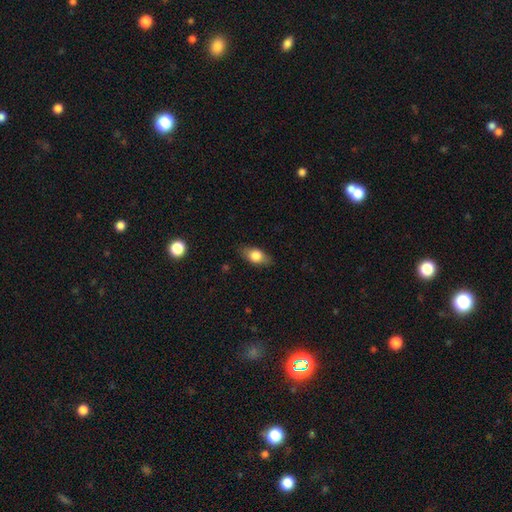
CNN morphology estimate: Smooth or featured?
  - smooth: 73% *
  - featured or disk: 20%
  - star or artifact: 7%
How rounded?
  - in between: 83% *
  - round: 9%
  - cigar-shaped: 8%
Merging?
  - none: 82% *
  - minor disturbance: 13%
  - major disturbance: 3%
  - merger: 1%